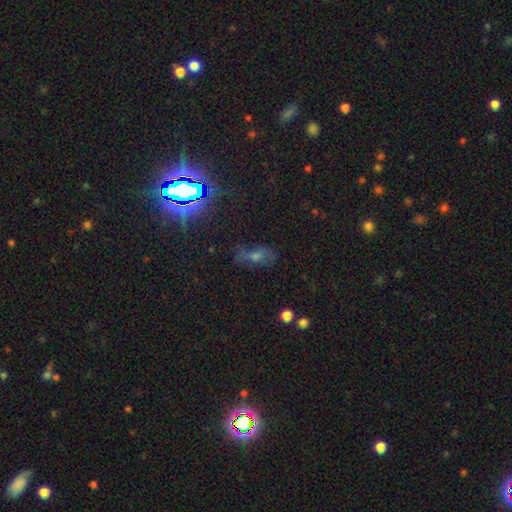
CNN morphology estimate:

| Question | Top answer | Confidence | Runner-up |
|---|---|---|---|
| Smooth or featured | star or artifact | 43% | smooth (33%) |